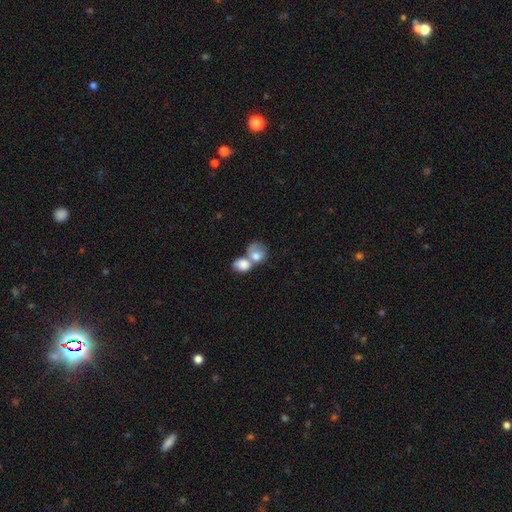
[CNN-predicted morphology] type=smooth (76%); roundness=round (51%); merging=merger (72%).